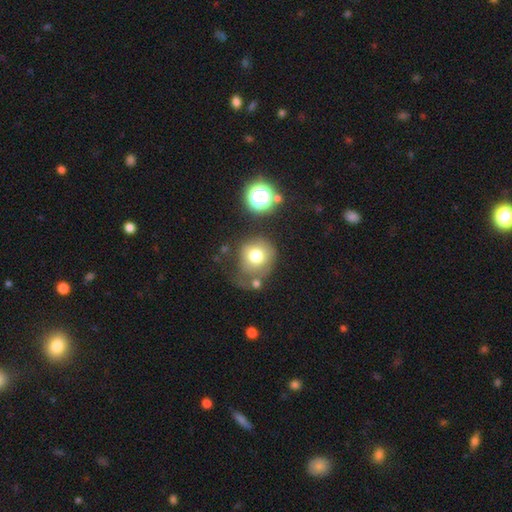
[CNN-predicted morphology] Smooth or featured? Predicted: smooth (p=0.73). How rounded? Predicted: round (p=0.88). Merging? Predicted: none (p=0.53).